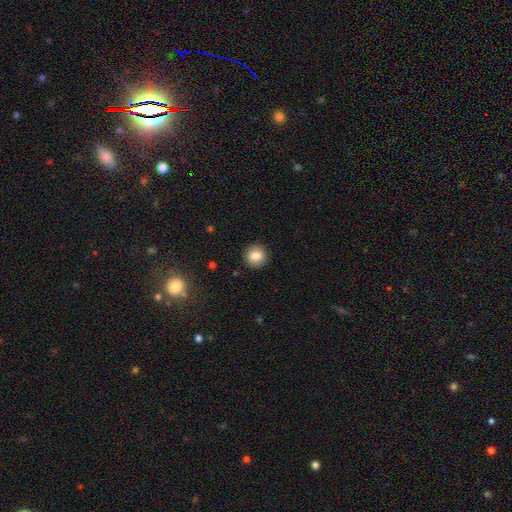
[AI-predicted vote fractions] Smooth or featured?
  - smooth: 84% *
  - star or artifact: 10%
  - featured or disk: 7%
How rounded?
  - round: 91% *
  - in between: 8%
  - cigar-shaped: 1%
Merging?
  - none: 91% *
  - minor disturbance: 6%
  - major disturbance: 2%
  - merger: 1%